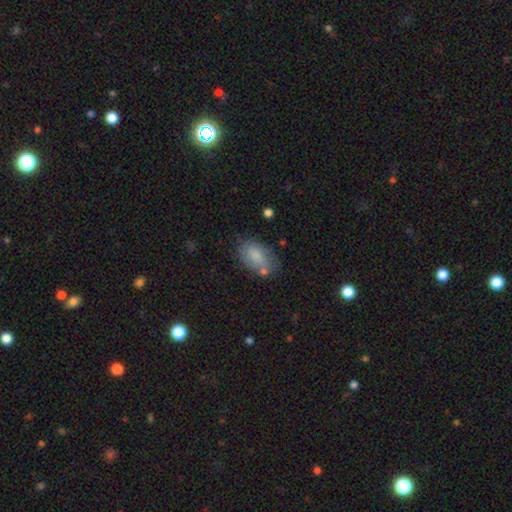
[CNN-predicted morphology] Q: Smooth or featured?
A: smooth (79%); runner-up: featured or disk (14%)
Q: How rounded?
A: in between (91%); runner-up: round (7%)
Q: Merging?
A: none (63%); runner-up: minor disturbance (22%)